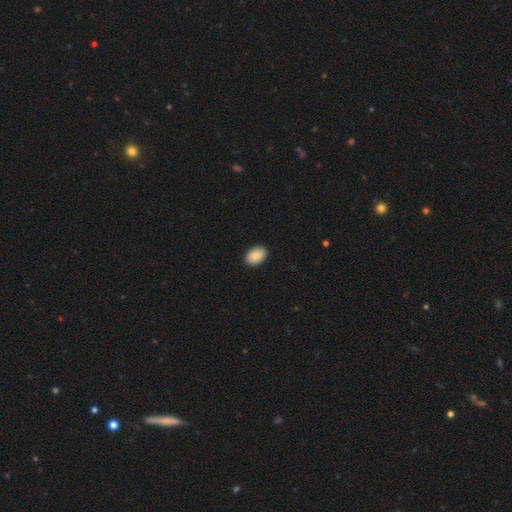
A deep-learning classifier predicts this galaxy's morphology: Smooth or featured: smooth — 90% (star or artifact — 7%)
How rounded: in between — 83% (round — 16%)
Merging: none — 91% (minor disturbance — 6%)